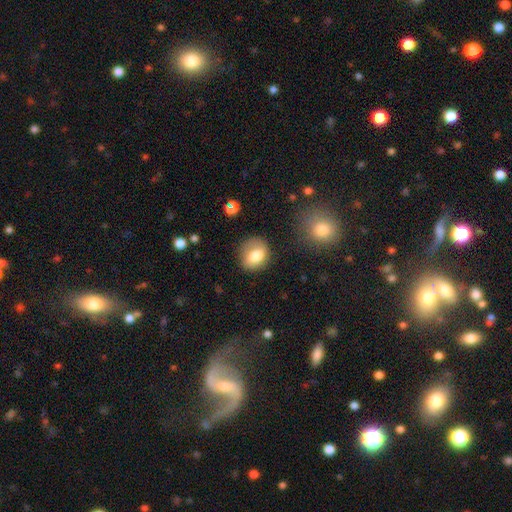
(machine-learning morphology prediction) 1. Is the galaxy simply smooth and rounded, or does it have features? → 76% smooth, 16% featured or disk, 8% star or artifact.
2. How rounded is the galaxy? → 62% round, 37% in between, 1% cigar-shaped.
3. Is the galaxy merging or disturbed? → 75% none, 16% minor disturbance, 6% major disturbance, 3% merger.